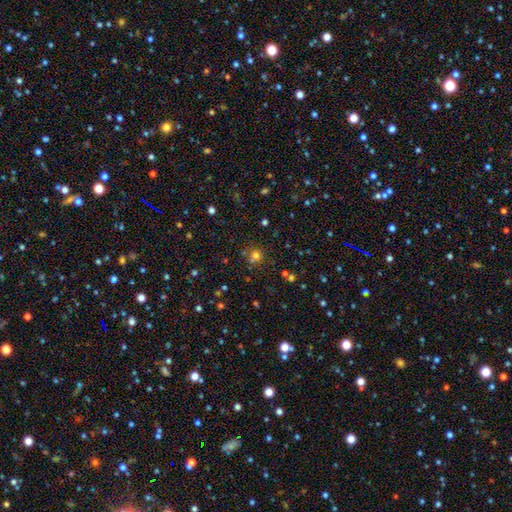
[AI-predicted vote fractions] smooth-or-featured: smooth: 67% | star or artifact: 25% | featured or disk: 8%
  how-rounded: round: 90% | in between: 9% | cigar-shaped: 1%
  merging: none: 71% | merger: 16% | minor disturbance: 9% | major disturbance: 4%